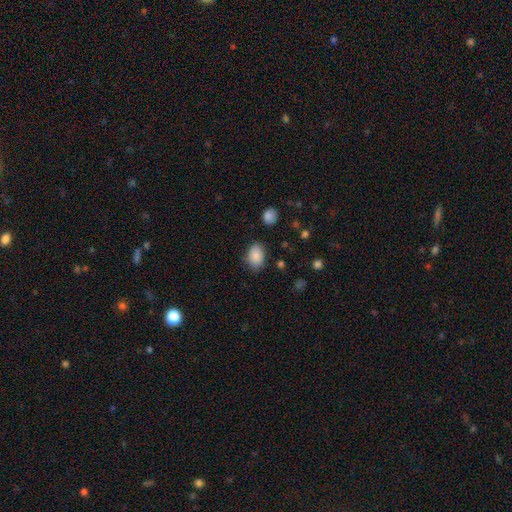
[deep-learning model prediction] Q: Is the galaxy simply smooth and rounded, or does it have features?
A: smooth — 87%.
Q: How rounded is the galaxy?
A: in between — 80%.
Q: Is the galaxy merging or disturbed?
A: none — 78%.